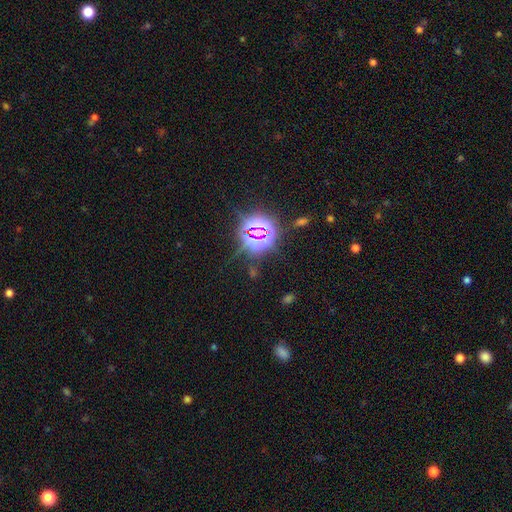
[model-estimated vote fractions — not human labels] Smooth or featured? Predicted: star or artifact (p=0.80).